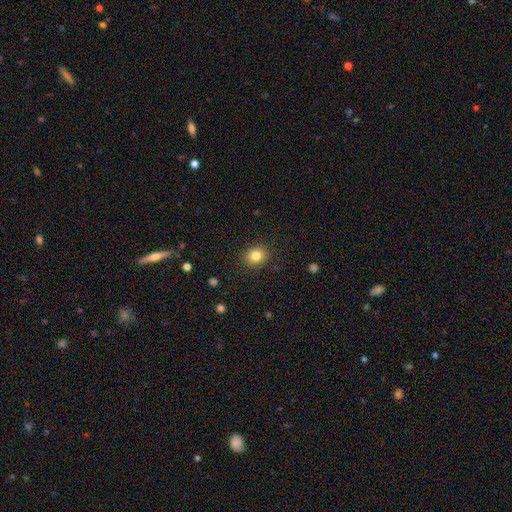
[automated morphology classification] smooth 82%, star or artifact 11%, featured or disk 7%. Down the decision tree: how rounded — round (63%); merging — none (89%).